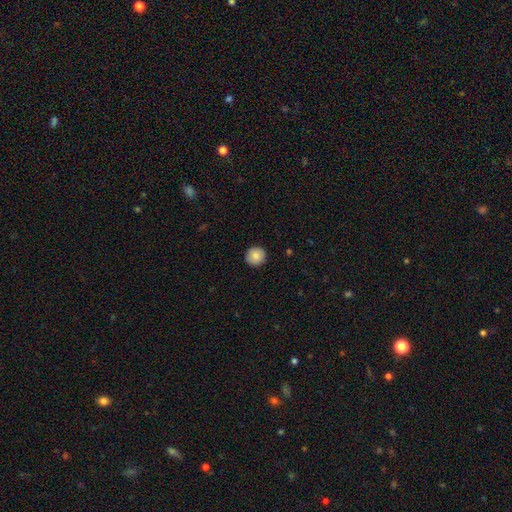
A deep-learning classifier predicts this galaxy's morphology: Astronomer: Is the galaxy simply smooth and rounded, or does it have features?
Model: smooth — 83%.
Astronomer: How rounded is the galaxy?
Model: round — 94%.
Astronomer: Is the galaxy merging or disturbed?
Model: none — 91%.